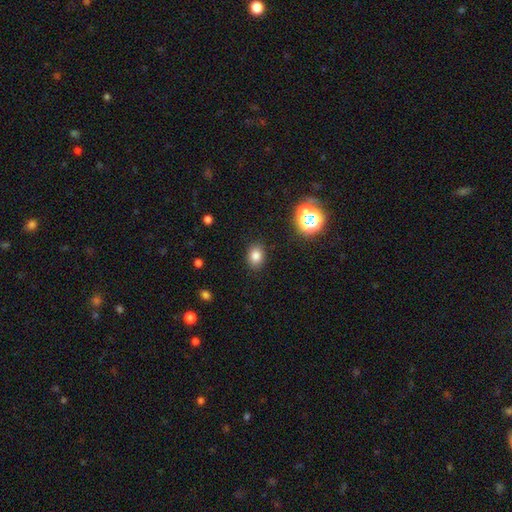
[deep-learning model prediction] Smooth or featured? Predicted: smooth (p=0.80). How rounded? Predicted: in between (p=0.63). Merging? Predicted: none (p=0.86).